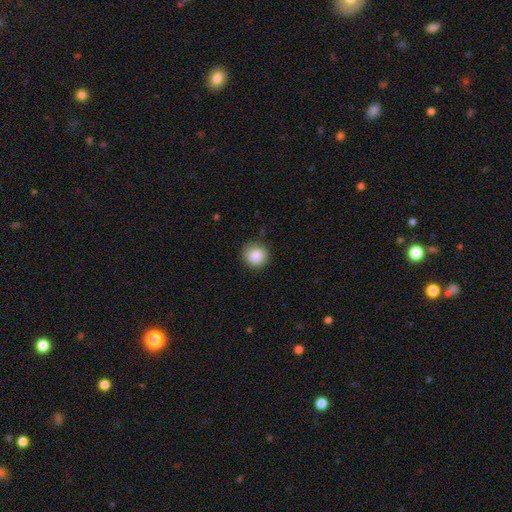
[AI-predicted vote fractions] This appears to be a smooth galaxy with no disk features (88%) that is round (89%). Merging: none (82%).